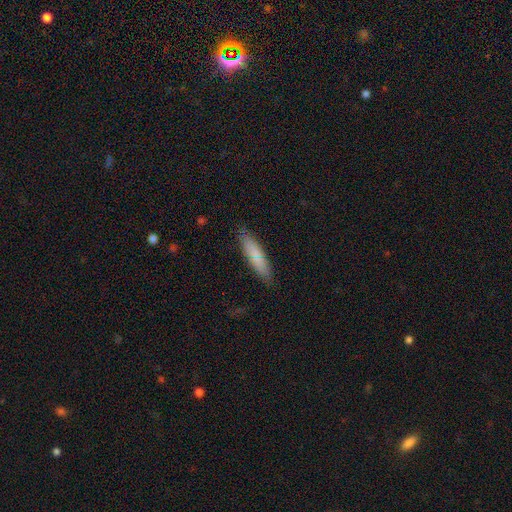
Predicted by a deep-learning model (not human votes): smooth-or-featured: smooth: 75% | featured or disk: 18% | star or artifact: 7%
  how-rounded: cigar-shaped: 75% | in between: 24% | round: 2%
  merging: none: 85% | minor disturbance: 11% | major disturbance: 2% | merger: 2%